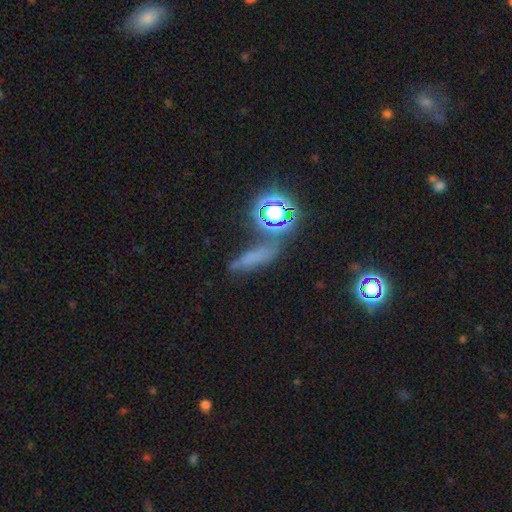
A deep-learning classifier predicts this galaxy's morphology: Smooth or featured: smooth — 45% (star or artifact — 38%)
Merging: none — 62% (minor disturbance — 18%)